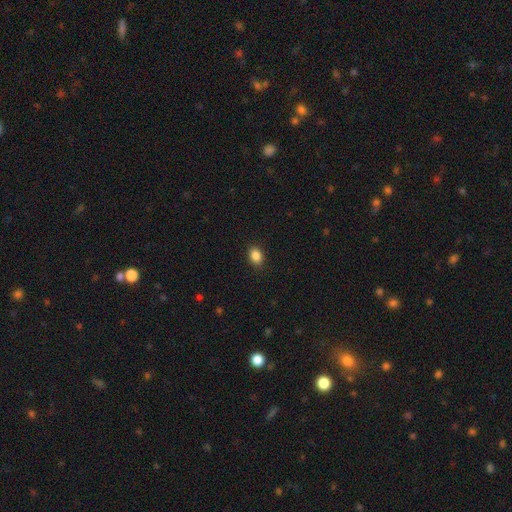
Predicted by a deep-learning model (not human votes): Smooth or featured: smooth — 87% (star or artifact — 9%)
How rounded: in between — 68% (round — 30%)
Merging: none — 90% (minor disturbance — 7%)